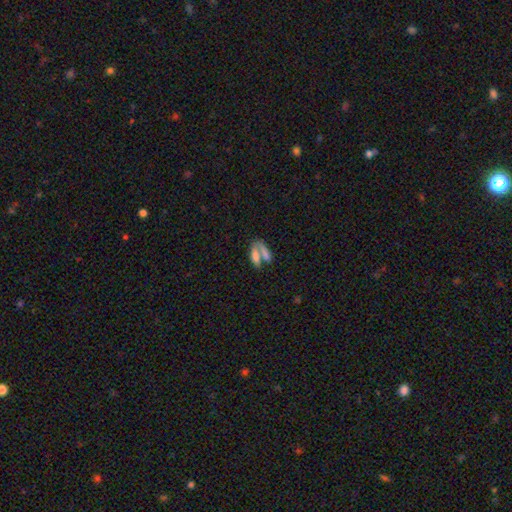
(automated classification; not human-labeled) Morphology: type=smooth (71%); roundness=in between (67%); merging=merger (57%).